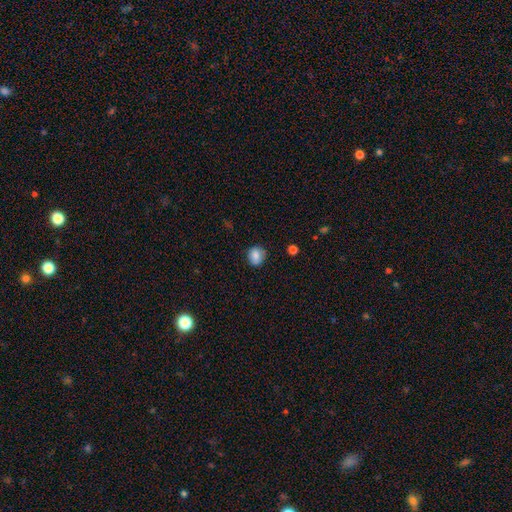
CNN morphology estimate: Q: Smooth or featured?
A: smooth (84%); runner-up: star or artifact (9%)
Q: How rounded?
A: round (77%); runner-up: in between (22%)
Q: Merging?
A: none (83%); runner-up: minor disturbance (13%)